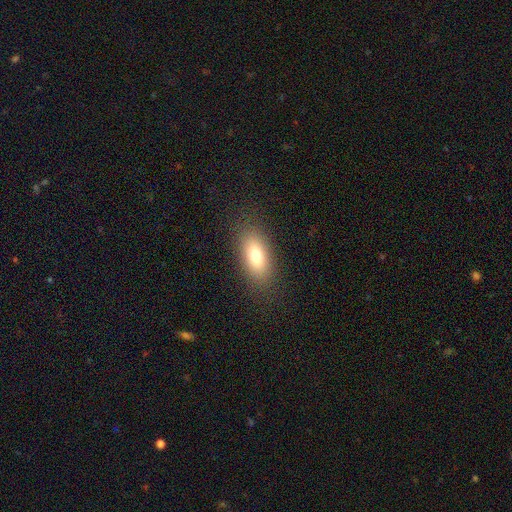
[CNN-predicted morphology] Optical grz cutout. It shows a smooth galaxy with no disk features (75%) that is in between round and cigar-shaped (85%). Merging: none (85%).